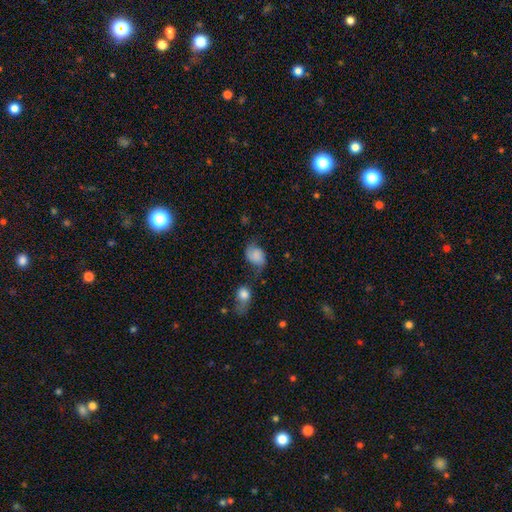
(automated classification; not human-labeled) A smooth galaxy with no disk features (64%) that is in between round and cigar-shaped (63%).

Vote fractions:
- Smooth or featured? smooth: 64% / featured or disk: 25% / star or artifact: 10%
- How rounded? in between: 63% / round: 36% / cigar-shaped: 1%
- Merging? none: 46% / minor disturbance: 25% / merger: 16% / major disturbance: 13%